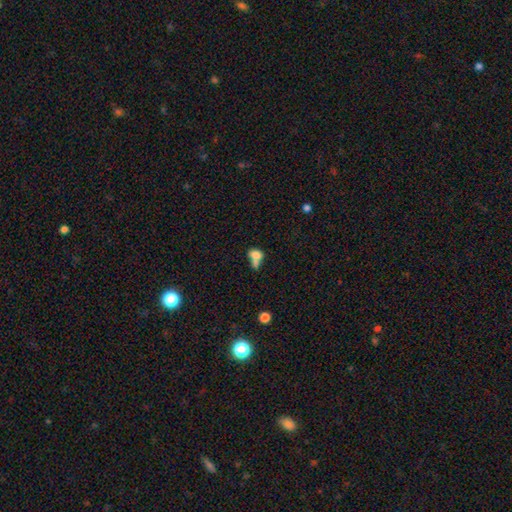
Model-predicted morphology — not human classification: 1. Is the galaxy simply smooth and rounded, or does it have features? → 76% smooth, 14% featured or disk, 10% star or artifact.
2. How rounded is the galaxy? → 70% in between, 28% round, 2% cigar-shaped.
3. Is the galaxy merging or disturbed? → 60% merger, 23% none, 10% minor disturbance, 7% major disturbance.